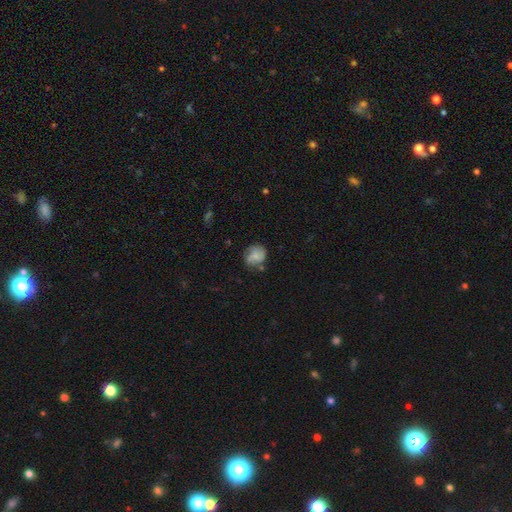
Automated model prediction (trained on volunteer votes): Smooth or featured? Predicted: smooth (p=0.58). How rounded? Predicted: round (p=0.72). Merging? Predicted: none (p=0.65).